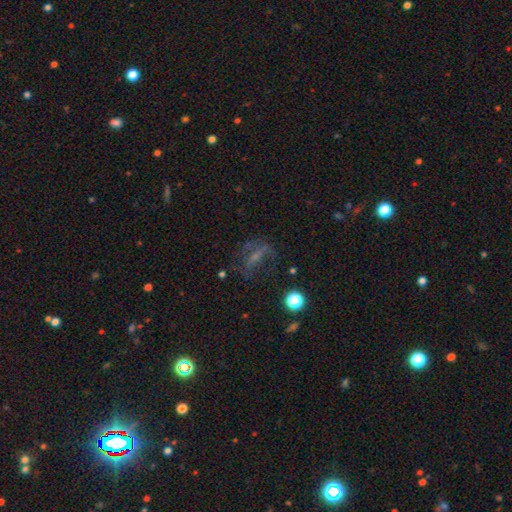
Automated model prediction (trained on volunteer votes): Morphology: type=featured or disk (42%); merging=none (50%).